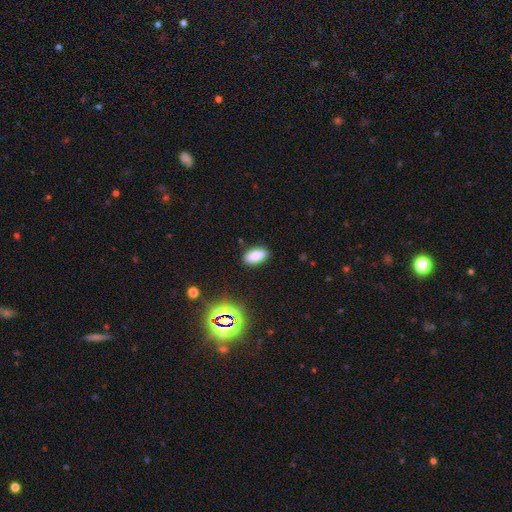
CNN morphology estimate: smooth_or_featured: smooth (p=0.83) [alt: star or artifact p=0.12]
how_rounded: in between (p=0.92) [alt: cigar-shaped p=0.04]
merging: none (p=0.86) [alt: minor disturbance p=0.10]